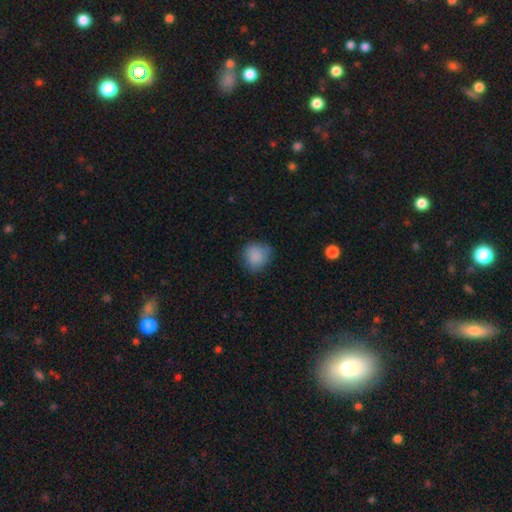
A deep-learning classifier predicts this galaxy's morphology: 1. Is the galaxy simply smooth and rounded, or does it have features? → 86% smooth, 8% star or artifact, 6% featured or disk.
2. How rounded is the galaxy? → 83% round, 16% in between, 1% cigar-shaped.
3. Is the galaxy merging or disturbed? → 72% none, 21% minor disturbance, 5% major disturbance, 1% merger.